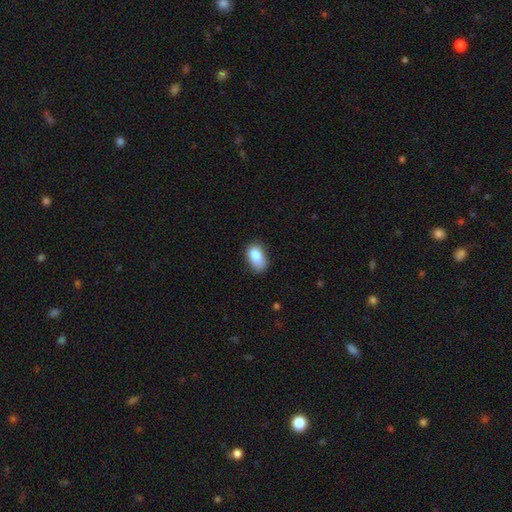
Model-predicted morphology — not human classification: Smooth or featured? smooth (85%)
How rounded? in between (90%)
Merging? none (67%)